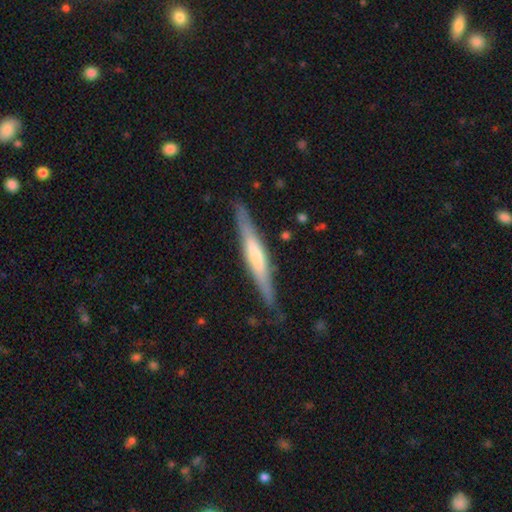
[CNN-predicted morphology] type=featured or disk (56%); edge-on=yes (94%); edge-on bulge=none (41%); merging=none (85%).